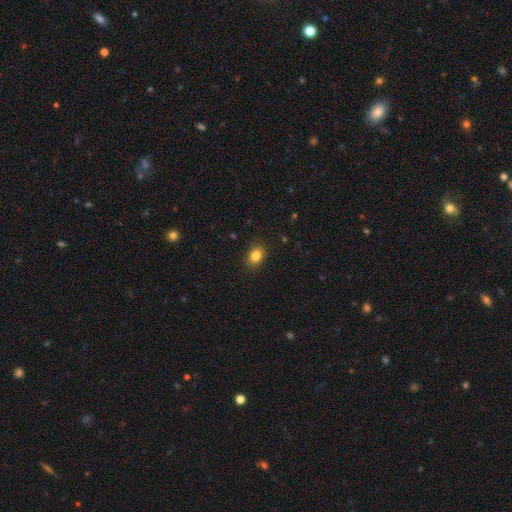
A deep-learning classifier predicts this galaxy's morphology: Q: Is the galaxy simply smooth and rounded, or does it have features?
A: smooth — 84%.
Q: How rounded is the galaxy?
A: in between — 56%.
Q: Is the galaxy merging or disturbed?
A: none — 89%.